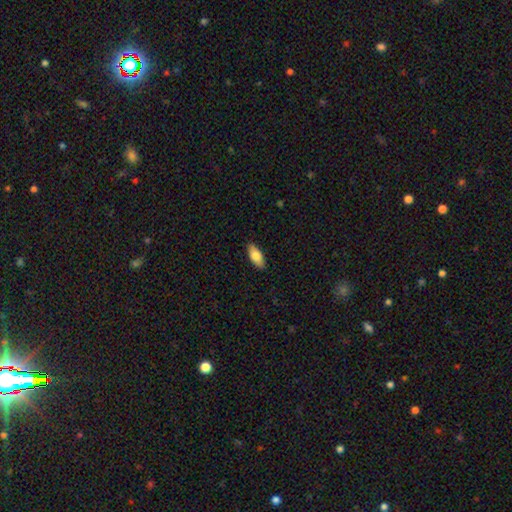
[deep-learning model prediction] This is likely a smooth galaxy (78%). How rounded: clearly in between (82%). Merging: clearly none (87%).